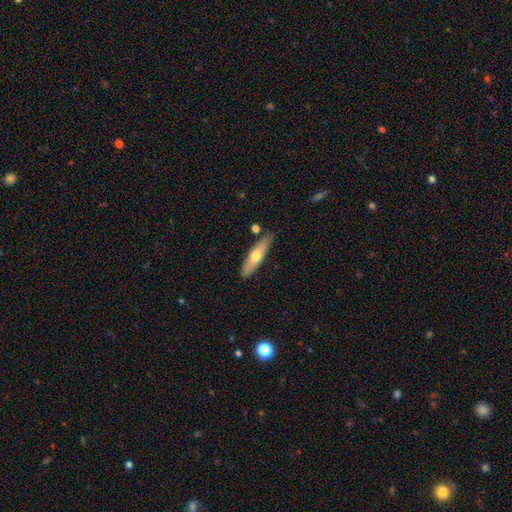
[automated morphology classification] A smooth galaxy with no disk features (58%) that is cigar-shaped (68%). Merging: none (80%).